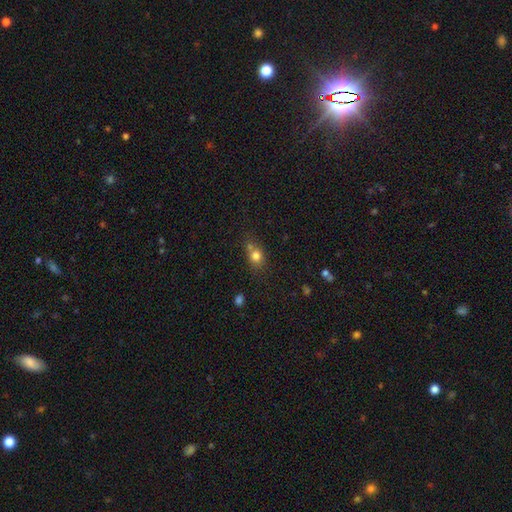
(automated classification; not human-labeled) Q: Smooth or featured?
A: smooth (78%); runner-up: star or artifact (12%)
Q: How rounded?
A: round (64%); runner-up: in between (34%)
Q: Merging?
A: none (49%); runner-up: merger (30%)